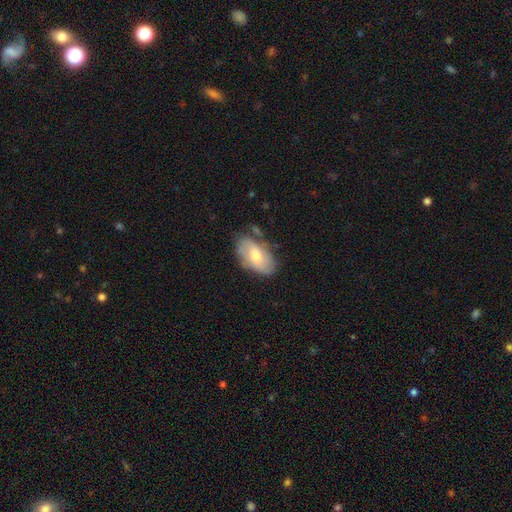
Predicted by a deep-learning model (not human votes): Q: Smooth or featured?
A: smooth (59%); runner-up: featured or disk (35%)
Q: How rounded?
A: in between (93%); runner-up: round (5%)
Q: Merging?
A: none (64%); runner-up: minor disturbance (25%)